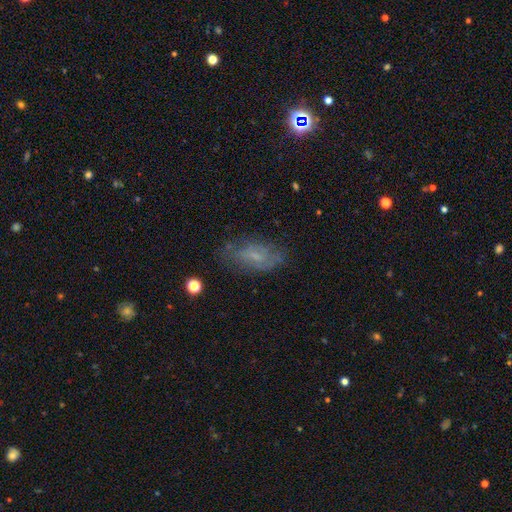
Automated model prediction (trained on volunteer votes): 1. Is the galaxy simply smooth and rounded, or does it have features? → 47% smooth, 41% featured or disk, 12% star or artifact.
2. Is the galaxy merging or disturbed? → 65% none, 22% minor disturbance, 11% major disturbance, 2% merger.